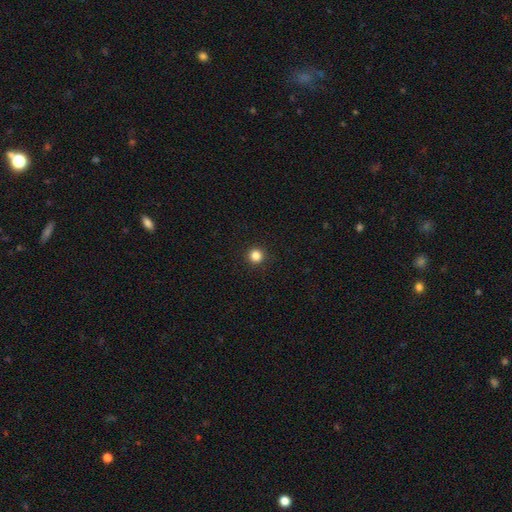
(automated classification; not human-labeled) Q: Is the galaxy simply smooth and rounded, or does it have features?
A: smooth — 84%.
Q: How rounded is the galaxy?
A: round — 96%.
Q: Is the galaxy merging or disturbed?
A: none — 93%.